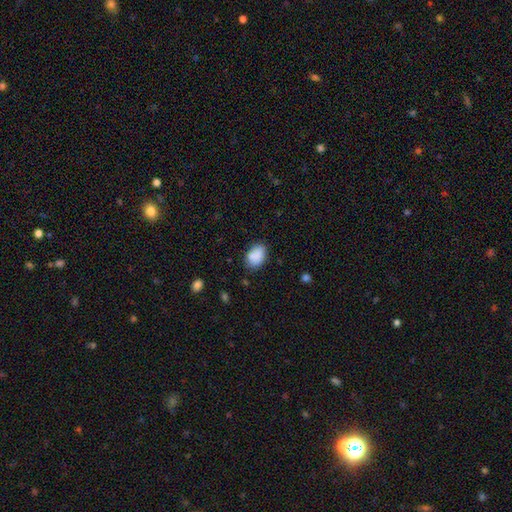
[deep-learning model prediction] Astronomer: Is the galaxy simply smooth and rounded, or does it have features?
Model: smooth — 86%.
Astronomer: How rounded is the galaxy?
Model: in between — 81%.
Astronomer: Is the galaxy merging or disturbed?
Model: none — 70%.